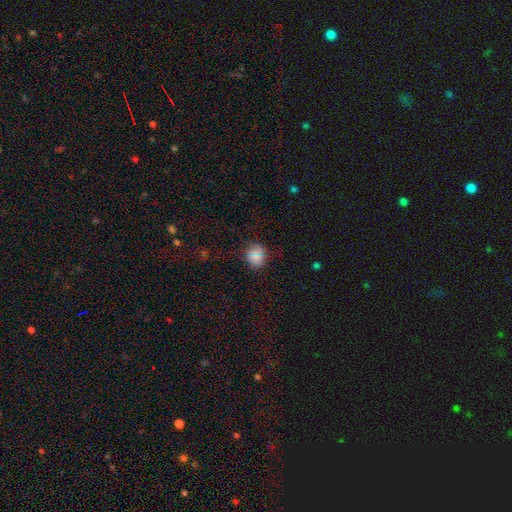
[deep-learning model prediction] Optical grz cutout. It shows a smooth galaxy with no disk features (68%) that is round (74%). Merging: none (85%).